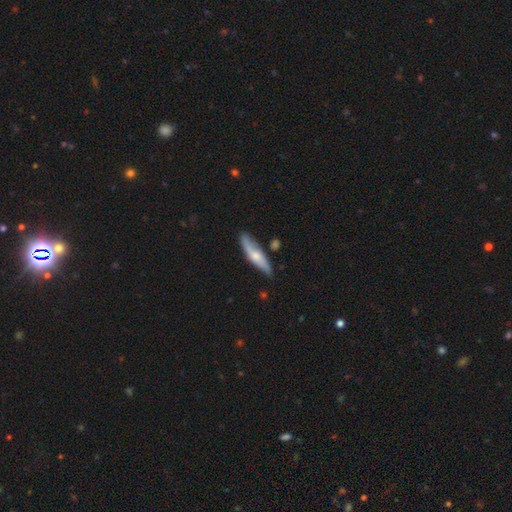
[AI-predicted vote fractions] This is possibly a smooth galaxy (50%). How rounded: likely cigar-shaped (73%). Merging: likely none (75%).